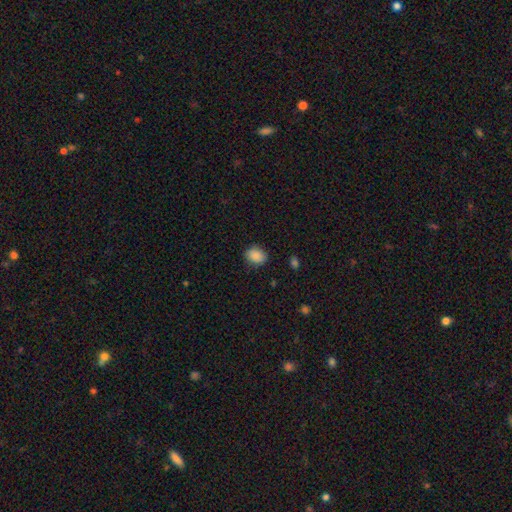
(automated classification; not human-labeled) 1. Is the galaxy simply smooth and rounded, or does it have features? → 88% smooth, 8% star or artifact, 3% featured or disk.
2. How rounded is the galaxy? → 54% in between, 45% round, 1% cigar-shaped.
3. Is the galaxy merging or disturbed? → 83% none, 12% minor disturbance, 3% major disturbance, 1% merger.